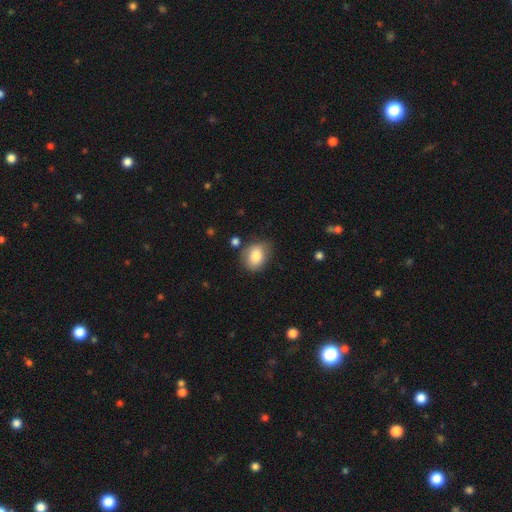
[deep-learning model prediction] A smooth galaxy with no disk features (82%) that is in between round and cigar-shaped (59%).

Vote fractions:
- Smooth or featured? smooth: 82% / featured or disk: 10% / star or artifact: 8%
- How rounded? in between: 59% / round: 39% / cigar-shaped: 1%
- Merging? none: 71% / minor disturbance: 20% / major disturbance: 5% / merger: 4%